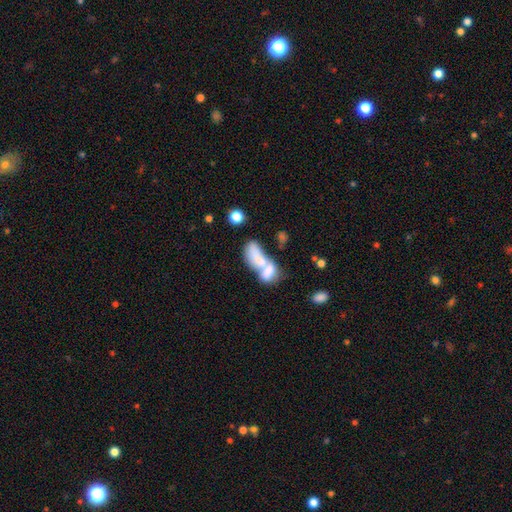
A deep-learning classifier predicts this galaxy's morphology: Overall: smooth (65%; featured or disk 26%). How rounded: in between (85%). Merging: merger (74%).